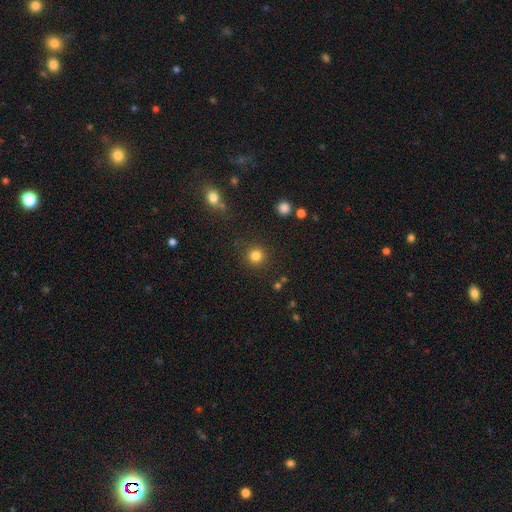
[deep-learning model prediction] smooth-or-featured: smooth: 83% | star or artifact: 13% | featured or disk: 4%
  how-rounded: round: 94% | in between: 5% | cigar-shaped: 1%
  merging: none: 89% | minor disturbance: 6% | major disturbance: 3% | merger: 2%